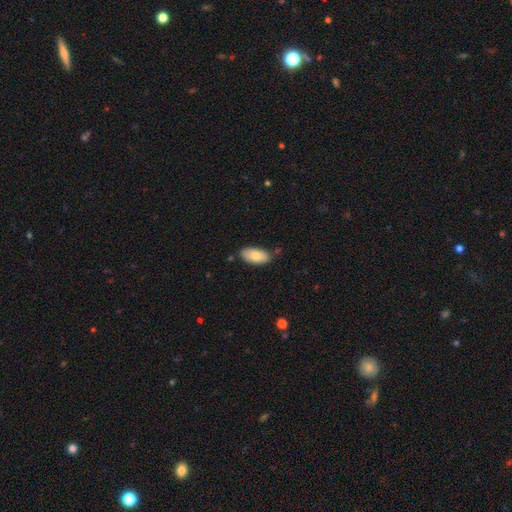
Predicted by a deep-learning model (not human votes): This appears to be a smooth galaxy with no disk features (79%) that is in between round and cigar-shaped (93%). Merging: none (78%).